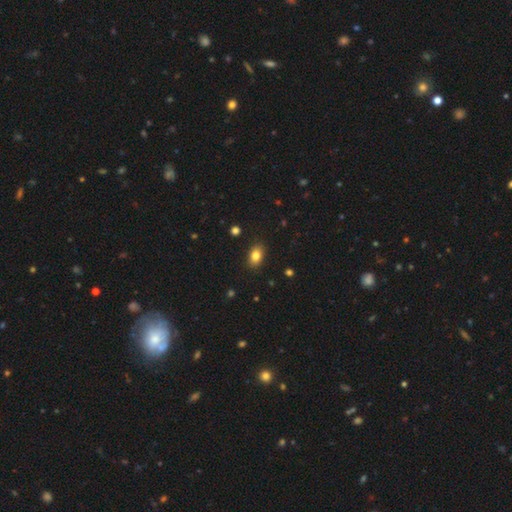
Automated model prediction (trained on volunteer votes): Morphology: type=smooth (83%); roundness=in between (79%); merging=none (87%).